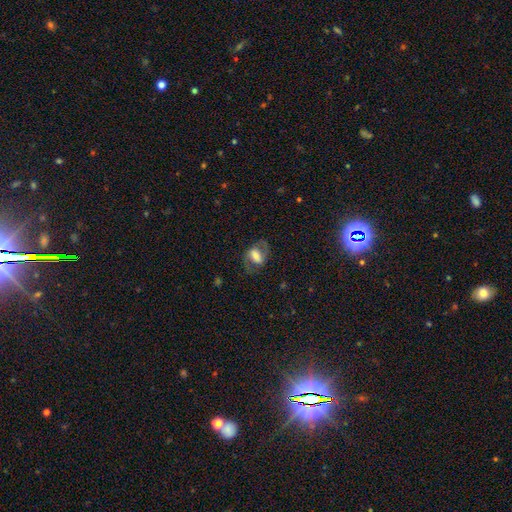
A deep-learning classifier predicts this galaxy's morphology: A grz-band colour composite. It shows a featured or disk galaxy (58%) with a strong bar (43%), spiral arms (78%) and a large central bulge (37%). Merging: none (69%).